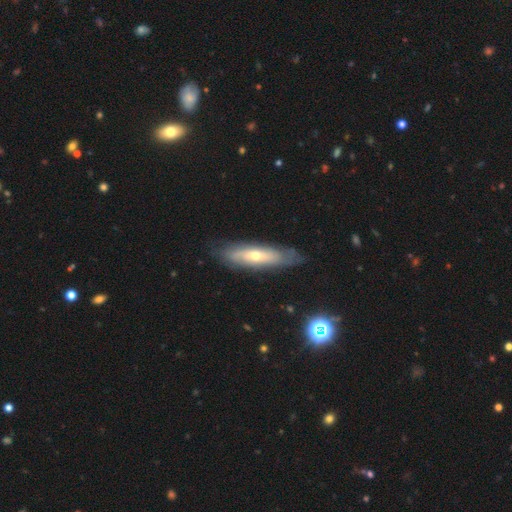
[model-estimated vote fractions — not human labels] Smooth or featured?
  - featured or disk: 59% *
  - smooth: 34%
  - star or artifact: 7%
Edge-on disk?
  - no: 58% *
  - yes: 42%
Merging?
  - none: 76% *
  - minor disturbance: 17%
  - major disturbance: 5%
  - merger: 2%